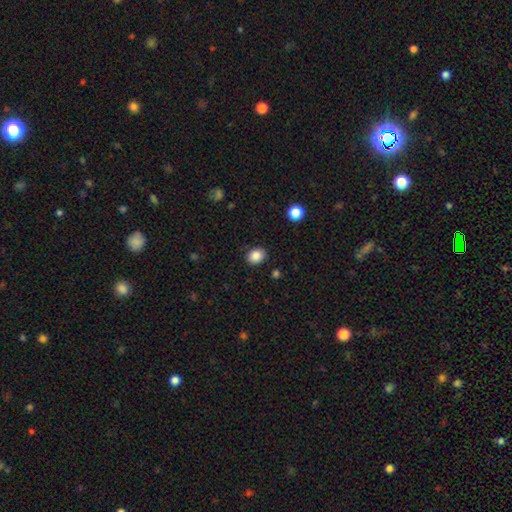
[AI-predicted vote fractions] smooth-or-featured: smooth: 87% | star or artifact: 10% | featured or disk: 4%
  how-rounded: round: 54% | in between: 45% | cigar-shaped: 1%
  merging: none: 88% | minor disturbance: 8% | major disturbance: 2% | merger: 1%